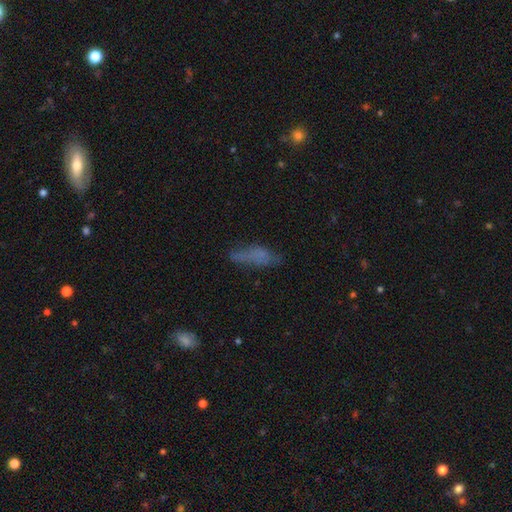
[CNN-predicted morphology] Smooth or featured?
  - smooth: 61% *
  - featured or disk: 24%
  - star or artifact: 15%
How rounded?
  - cigar-shaped: 55% *
  - in between: 42%
  - round: 3%
Merging?
  - none: 57% *
  - minor disturbance: 25%
  - major disturbance: 14%
  - merger: 4%